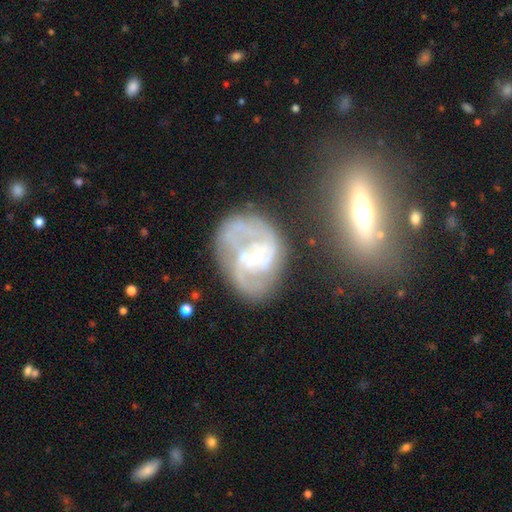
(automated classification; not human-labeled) A featured or disk galaxy (79%) with a weak bar (43%), 2 (39%) tight (41%) spiral arms (79%) and a small central bulge (58%).

Vote fractions:
- Smooth or featured? featured or disk: 79% / smooth: 13% / star or artifact: 8%
- Edge-on disk? no: 97% / yes: 3%
- Bar? weak: 43% / no: 41% / strong: 16%
- Spiral arms? yes: 79% / no: 21%
- Spiral winding? tight: 41% / medium: 40% / loose: 19%
- Spiral arm count? 2: 39% / can't tell: 31% / 3: 13% / 1: 10% / 4: 4% / more than 4: 3%
- Bulge size? small: 58% / moderate: 28% / none: 10% / large: 3% / dominant: 1%
- Merging? none: 41% / major disturbance: 25% / minor disturbance: 20% / merger: 14%